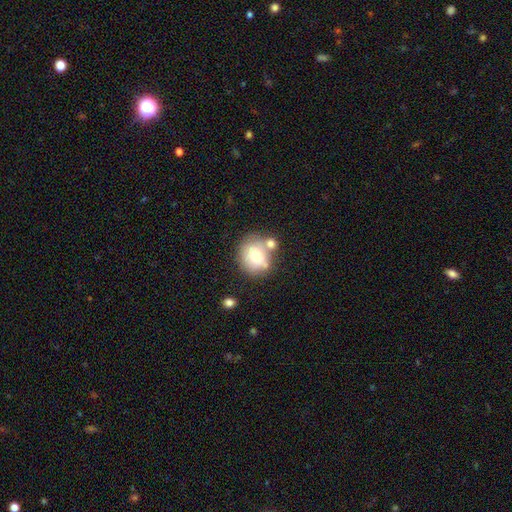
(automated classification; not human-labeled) Smooth or featured? Predicted: smooth (p=0.67). How rounded? Predicted: round (p=0.77). Merging? Predicted: none (p=0.55).